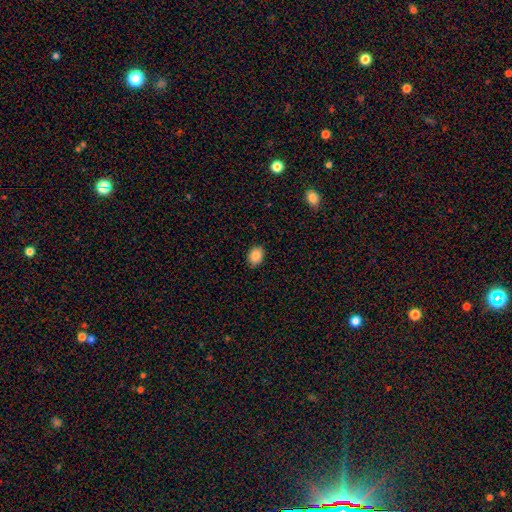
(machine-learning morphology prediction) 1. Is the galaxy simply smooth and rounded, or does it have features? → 88% smooth, 8% star or artifact, 4% featured or disk.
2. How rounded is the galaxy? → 63% in between, 36% round, 1% cigar-shaped.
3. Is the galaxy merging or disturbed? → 88% none, 9% minor disturbance, 2% major disturbance, 1% merger.